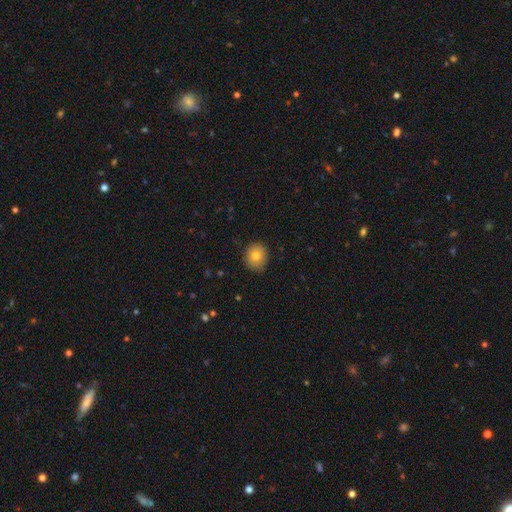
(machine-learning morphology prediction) Smooth or featured? Predicted: smooth (p=0.79). How rounded? Predicted: round (p=0.76). Merging? Predicted: none (p=0.83).